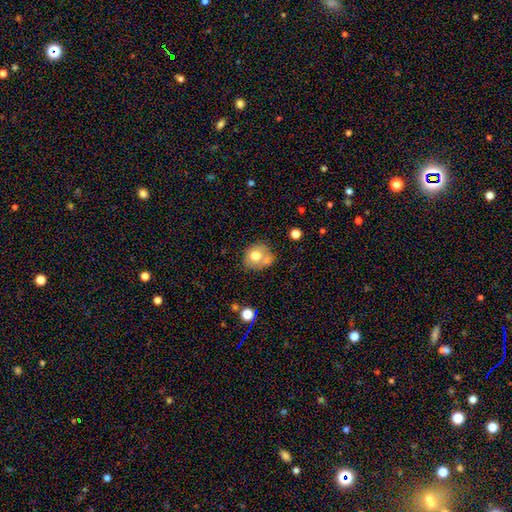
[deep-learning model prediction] smooth 71%, featured or disk 19%, star or artifact 10%. Down the decision tree: how rounded — round (67%); merging — none (45%).